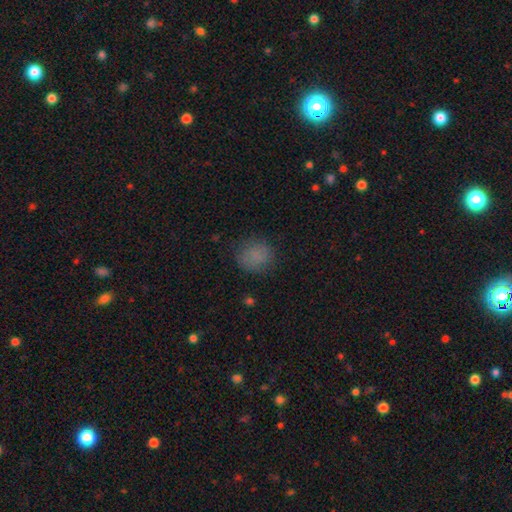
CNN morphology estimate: This appears to be a smooth galaxy with no disk features (80%) that is round (80%). Merging: none (80%).